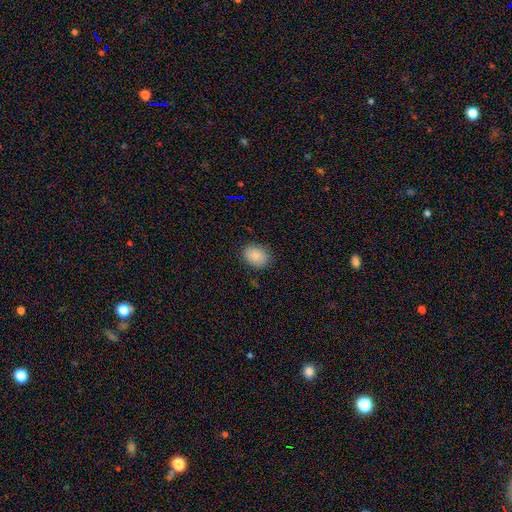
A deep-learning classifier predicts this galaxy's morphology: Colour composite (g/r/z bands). It shows a smooth galaxy with no disk features (87%) that is in between round and cigar-shaped (56%). Merging: none (84%).